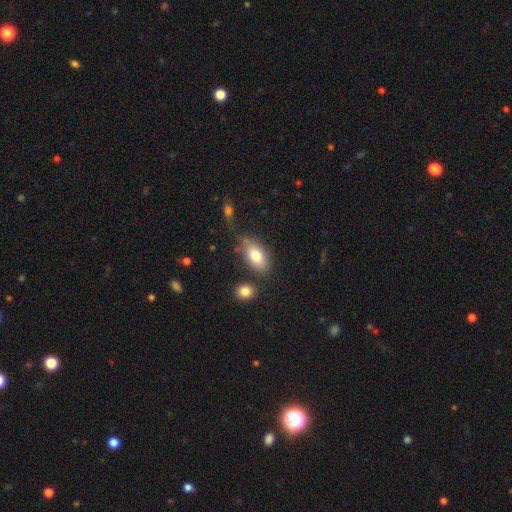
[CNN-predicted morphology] smooth-or-featured: smooth: 79% | featured or disk: 14% | star or artifact: 8%
  how-rounded: in between: 89% | round: 7% | cigar-shaped: 4%
  merging: none: 66% | minor disturbance: 18% | merger: 9% | major disturbance: 6%